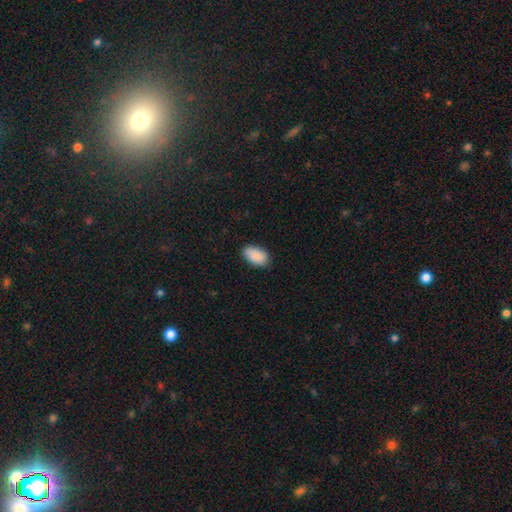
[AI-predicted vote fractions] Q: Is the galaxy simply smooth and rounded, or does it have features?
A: smooth — 90%.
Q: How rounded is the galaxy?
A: in between — 94%.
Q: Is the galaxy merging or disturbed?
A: none — 82%.